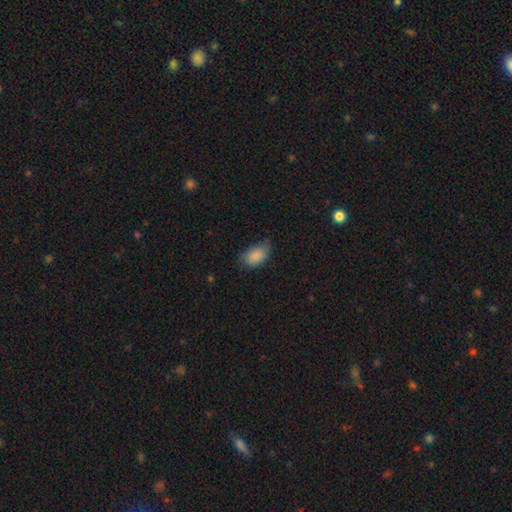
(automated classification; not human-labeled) Q: Smooth or featured?
A: smooth (86%); runner-up: featured or disk (7%)
Q: How rounded?
A: in between (93%); runner-up: round (5%)
Q: Merging?
A: none (59%); runner-up: minor disturbance (33%)